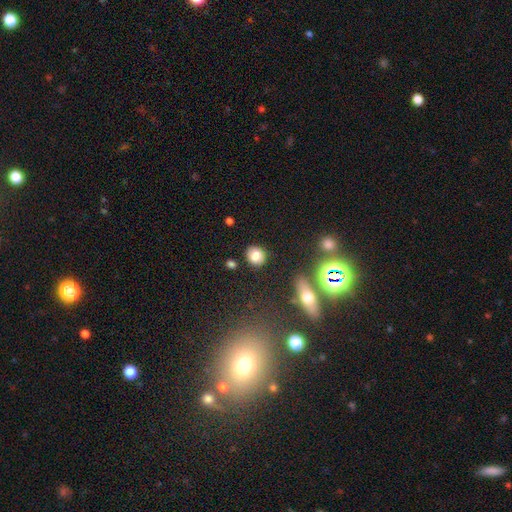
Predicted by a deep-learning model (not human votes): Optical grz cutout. It shows a smooth galaxy with no disk features (82%) that is round (79%). Merging: none (85%).